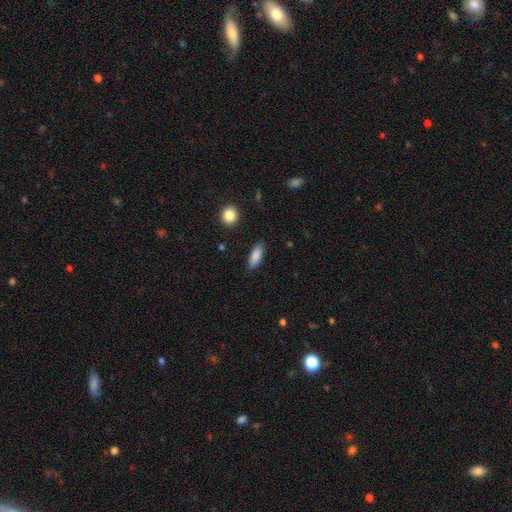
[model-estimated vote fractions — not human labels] A smooth galaxy with no disk features (86%) that is in between round and cigar-shaped (66%).

Vote fractions:
- Smooth or featured? smooth: 86% / featured or disk: 8% / star or artifact: 6%
- How rounded? in between: 66% / cigar-shaped: 32% / round: 2%
- Merging? none: 87% / minor disturbance: 9% / major disturbance: 2% / merger: 1%